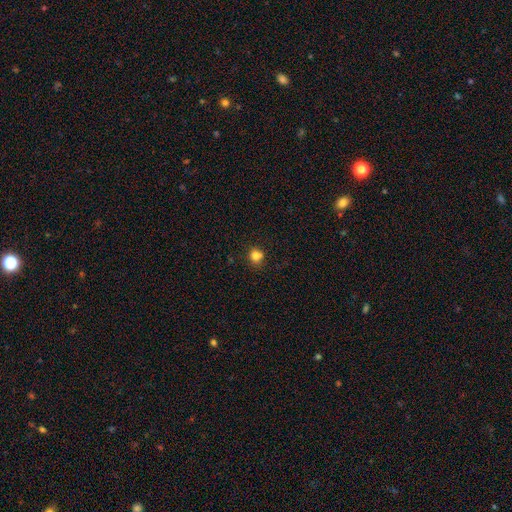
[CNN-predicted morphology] Q: Smooth or featured?
A: smooth (79%); runner-up: star or artifact (13%)
Q: How rounded?
A: round (82%); runner-up: in between (17%)
Q: Merging?
A: none (64%); runner-up: merger (16%)